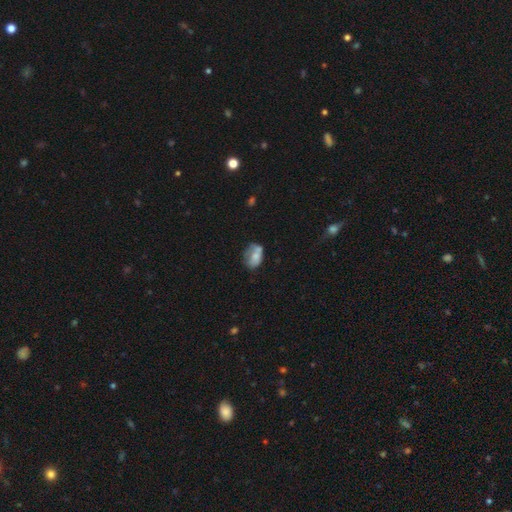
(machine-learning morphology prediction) A smooth galaxy with no disk features (62%) that is in between round and cigar-shaped (79%). Merging: none (35%).